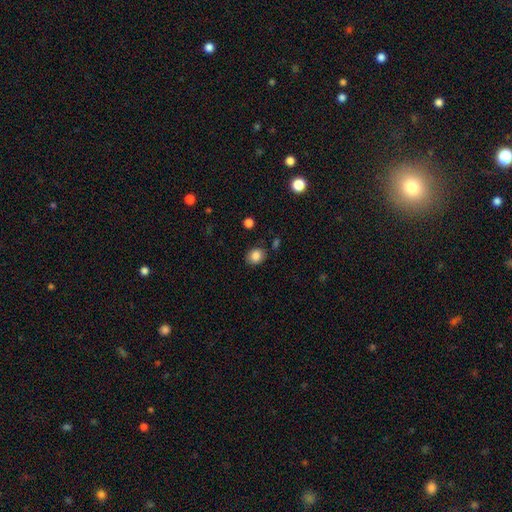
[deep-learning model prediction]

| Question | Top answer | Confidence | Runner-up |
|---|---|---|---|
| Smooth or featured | smooth | 85% | star or artifact (10%) |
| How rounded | round | 60% | in between (39%) |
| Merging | none | 82% | minor disturbance (12%) |